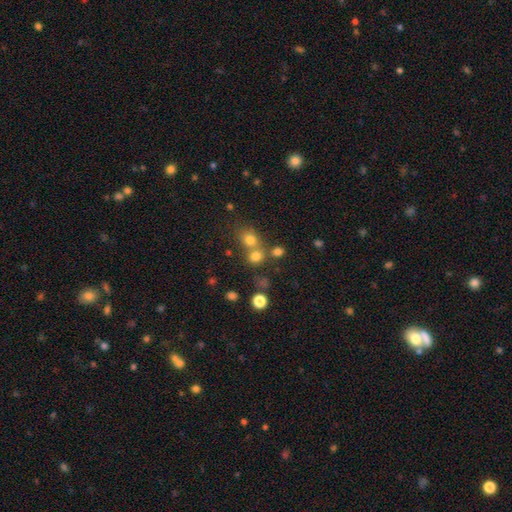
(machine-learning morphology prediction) smooth 68%, star or artifact 21%, featured or disk 10%. Down the decision tree: how rounded — round (81%); merging — none (52%).